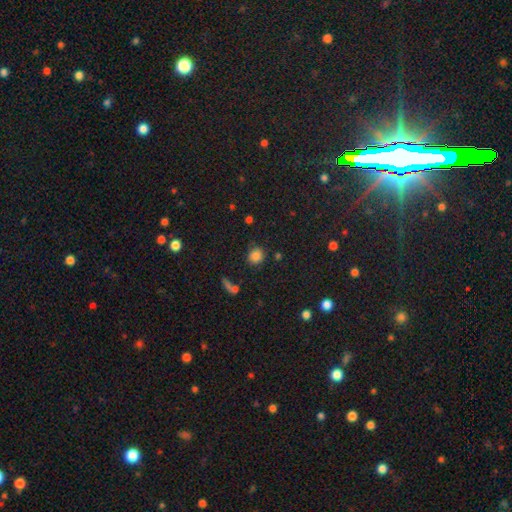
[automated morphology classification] smooth-or-featured: smooth: 81% | star or artifact: 13% | featured or disk: 6%
  how-rounded: round: 86% | in between: 12% | cigar-shaped: 1%
  merging: none: 77% | minor disturbance: 14% | major disturbance: 5% | merger: 5%